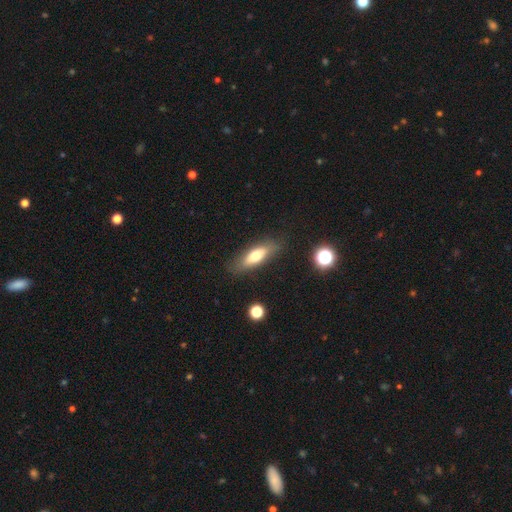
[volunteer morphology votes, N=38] A smooth galaxy with no disk features (58%) that is in between round and cigar-shaped (55%). Merging: none (86%).